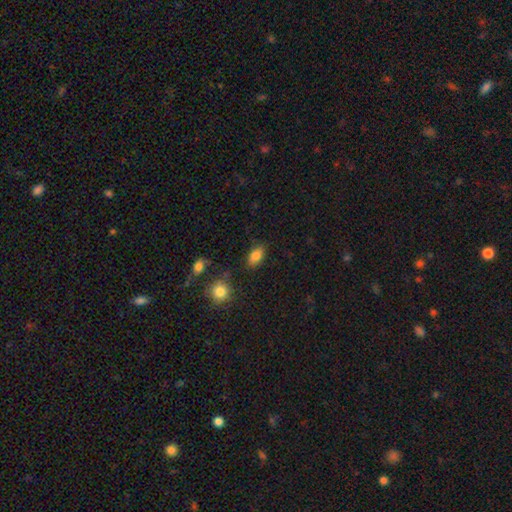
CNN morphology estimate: smooth_or_featured: smooth (p=0.83) [alt: star or artifact p=0.09]
how_rounded: in between (p=0.88) [alt: round p=0.09]
merging: none (p=0.82) [alt: minor disturbance p=0.12]